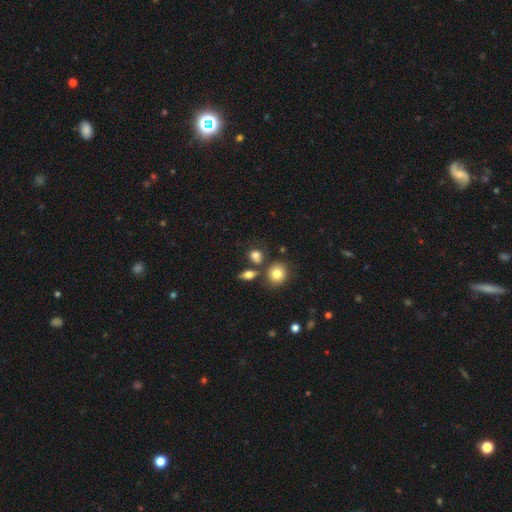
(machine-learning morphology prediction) The model was most divided on "how rounded": round: 60%, in between: 38%, cigar-shaped: 3%. More confident: smooth or featured — smooth (79%); merging — none (65%).